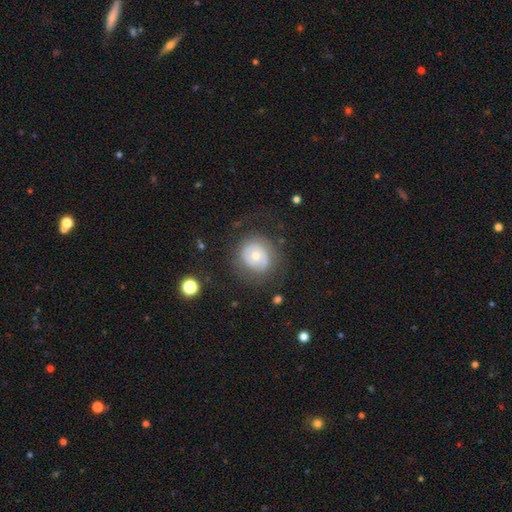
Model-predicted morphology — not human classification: type=featured or disk (51%); edge-on=no (97%); merging=none (69%).